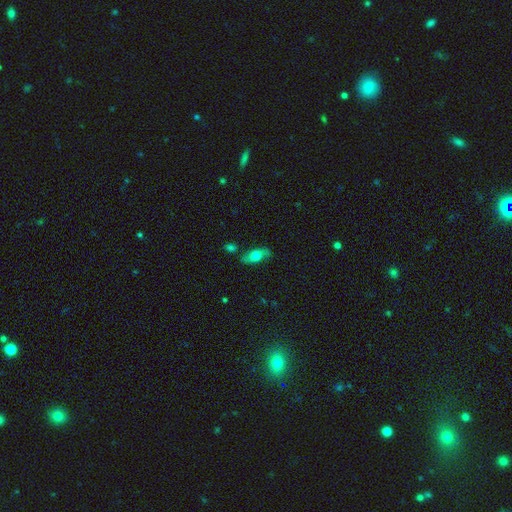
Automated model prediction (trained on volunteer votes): A smooth galaxy with no disk features (50%) that is in between round and cigar-shaped (75%).

Vote fractions:
- Smooth or featured? smooth: 50% / featured or disk: 42% / star or artifact: 8%
- How rounded? in between: 75% / cigar-shaped: 18% / round: 7%
- Merging? none: 78% / minor disturbance: 15% / major disturbance: 4% / merger: 4%